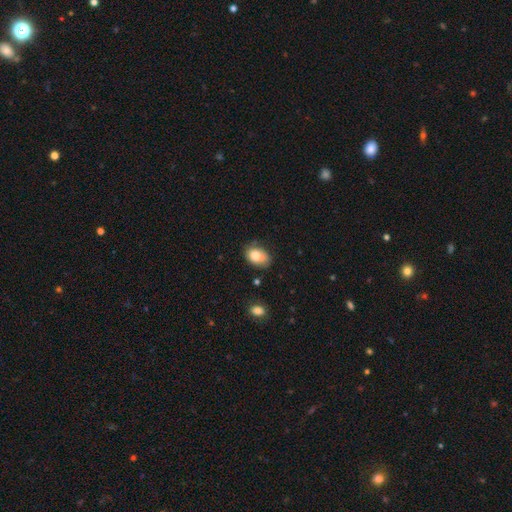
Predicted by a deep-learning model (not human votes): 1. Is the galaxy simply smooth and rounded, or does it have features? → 79% smooth, 13% featured or disk, 8% star or artifact.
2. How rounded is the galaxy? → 80% in between, 19% round, 1% cigar-shaped.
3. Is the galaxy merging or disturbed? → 59% none, 31% minor disturbance, 8% major disturbance, 3% merger.